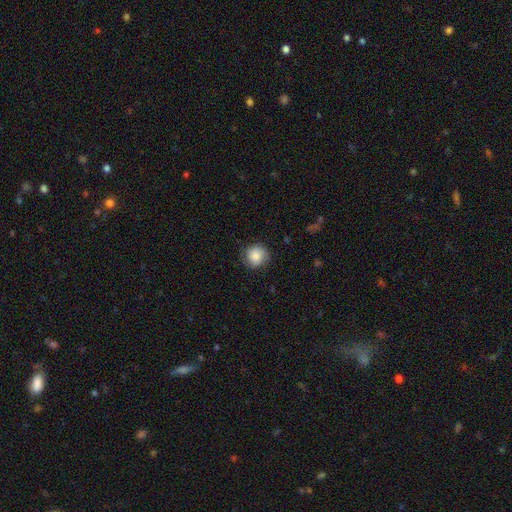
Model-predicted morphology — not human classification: Smooth or featured? smooth (80%)
How rounded? round (88%)
Merging? none (77%)